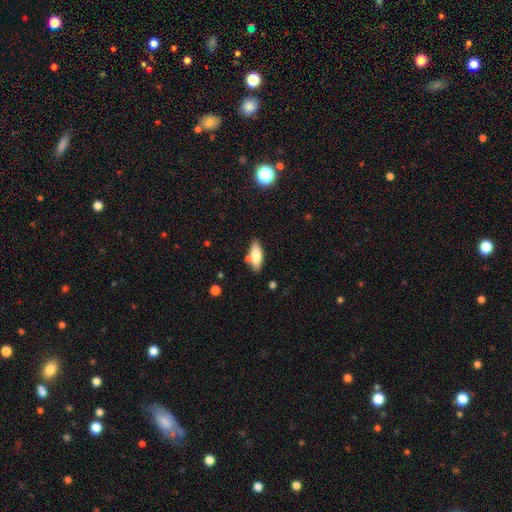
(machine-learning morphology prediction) smooth-or-featured: smooth: 77% | featured or disk: 16% | star or artifact: 7%
  how-rounded: in between: 71% | cigar-shaped: 27% | round: 2%
  merging: none: 74% | minor disturbance: 14% | merger: 9% | major disturbance: 3%